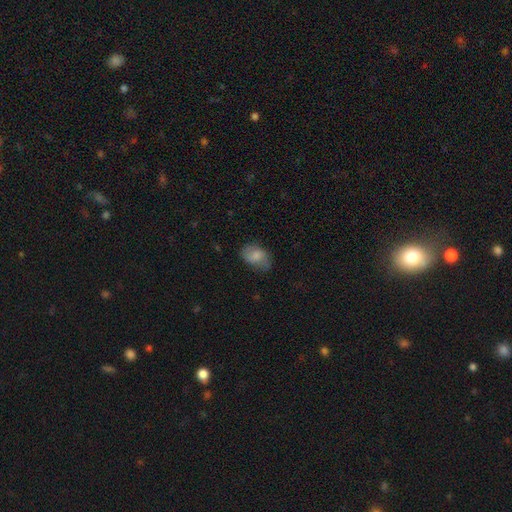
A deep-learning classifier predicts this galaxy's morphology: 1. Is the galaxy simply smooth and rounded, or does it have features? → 70% smooth, 23% featured or disk, 8% star or artifact.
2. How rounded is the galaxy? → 83% in between, 15% round, 1% cigar-shaped.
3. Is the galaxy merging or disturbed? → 66% none, 26% minor disturbance, 7% major disturbance, 1% merger.